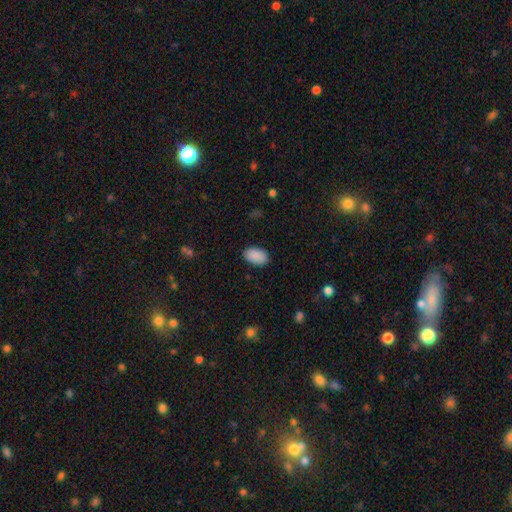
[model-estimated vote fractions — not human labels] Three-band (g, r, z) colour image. It shows a smooth galaxy with no disk features (90%) that is in between round and cigar-shaped (94%). Merging: none (88%).